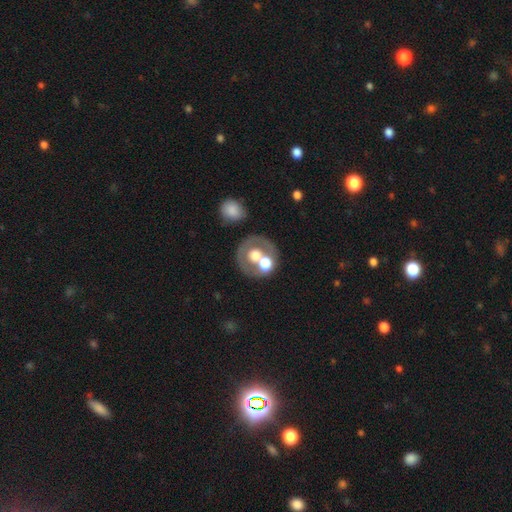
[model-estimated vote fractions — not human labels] Morphology: type=smooth (47%); merging=none (53%).